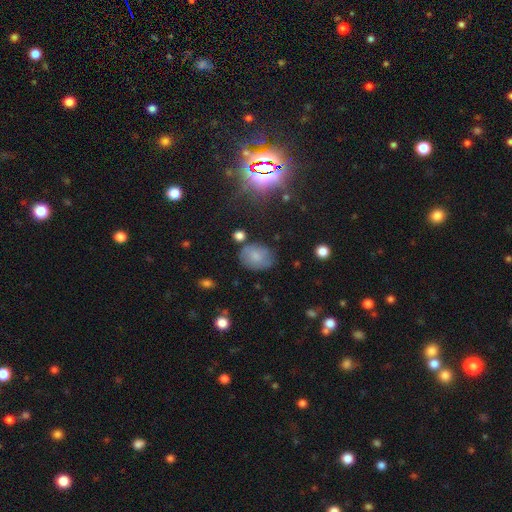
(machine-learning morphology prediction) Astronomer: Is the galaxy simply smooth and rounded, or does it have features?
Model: smooth — 71%.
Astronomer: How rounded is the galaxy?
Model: in between — 67%.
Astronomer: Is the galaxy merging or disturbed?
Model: none — 67%.